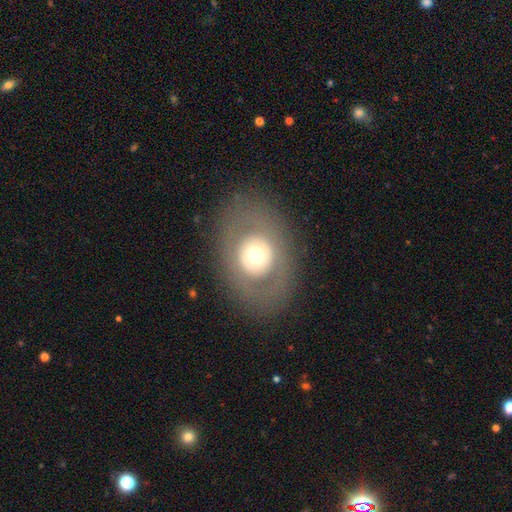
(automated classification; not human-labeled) This appears to be a smooth galaxy with no disk features (50%) that is in between round and cigar-shaped (57%). Merging: none (82%).